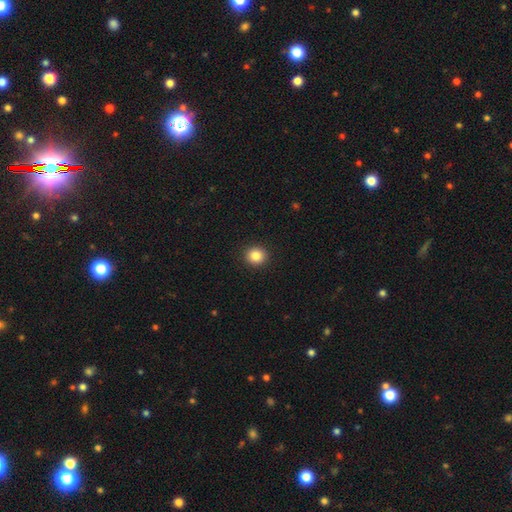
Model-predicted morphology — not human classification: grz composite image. It shows a smooth galaxy with no disk features (86%) that is round (89%). Merging: none (92%).